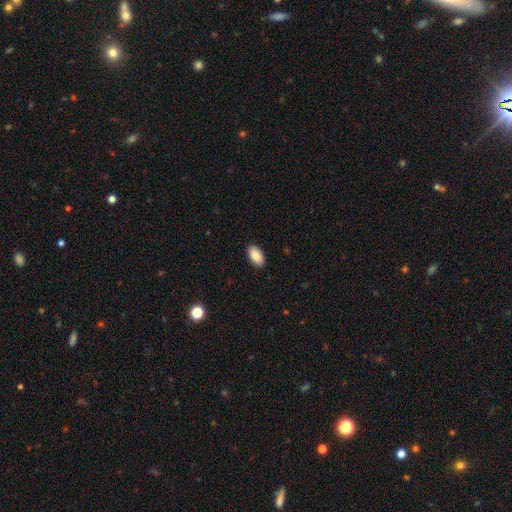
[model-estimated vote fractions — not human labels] smooth_or_featured: smooth (p=0.89) [alt: star or artifact p=0.06]
how_rounded: in between (p=0.95) [alt: cigar-shaped p=0.03]
merging: none (p=0.90) [alt: minor disturbance p=0.08]